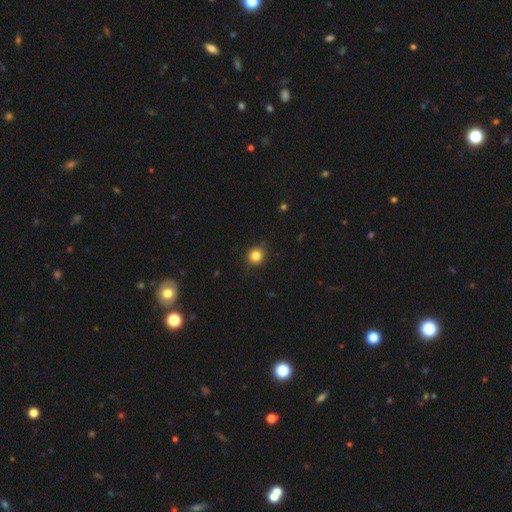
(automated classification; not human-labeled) Q: Smooth or featured?
A: smooth (83%); runner-up: star or artifact (12%)
Q: How rounded?
A: round (90%); runner-up: in between (9%)
Q: Merging?
A: none (88%); runner-up: minor disturbance (9%)